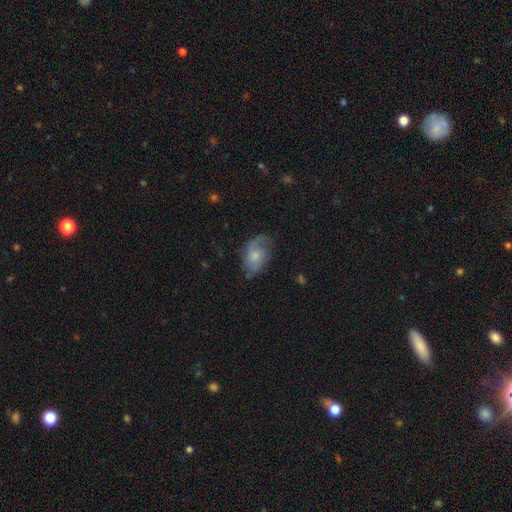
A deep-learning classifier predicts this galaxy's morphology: Smooth or featured?
  - featured or disk: 64% *
  - smooth: 29%
  - star or artifact: 7%
Edge-on disk?
  - no: 96% *
  - yes: 4%
Bar?
  - no: 68% *
  - weak: 29%
  - strong: 3%
Spiral arms?
  - yes: 89% *
  - no: 11%
Spiral winding?
  - medium: 44% *
  - loose: 32%
  - tight: 24%
Spiral arm count?
  - 2: 65% *
  - can't tell: 16%
  - 1: 11%
  - 3: 5%
  - 4: 2%
  - more than 4: 2%
Bulge size?
  - moderate: 46% *
  - small: 42%
  - none: 7%
  - large: 5%
  - dominant: 1%
Merging?
  - none: 68% *
  - minor disturbance: 22%
  - major disturbance: 9%
  - merger: 1%